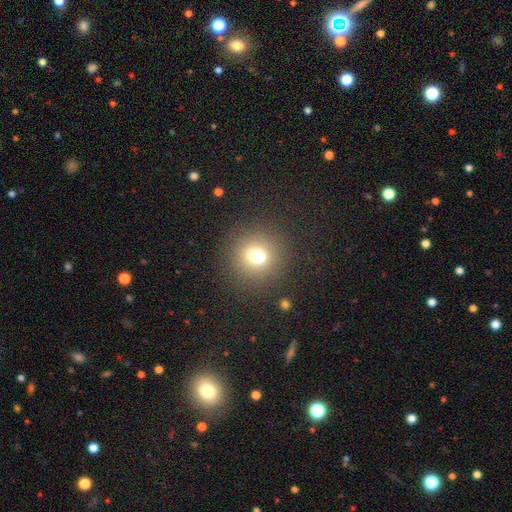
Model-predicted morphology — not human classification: This is likely a smooth galaxy (69%). How rounded: clearly round (86%). Merging: likely none (75%).